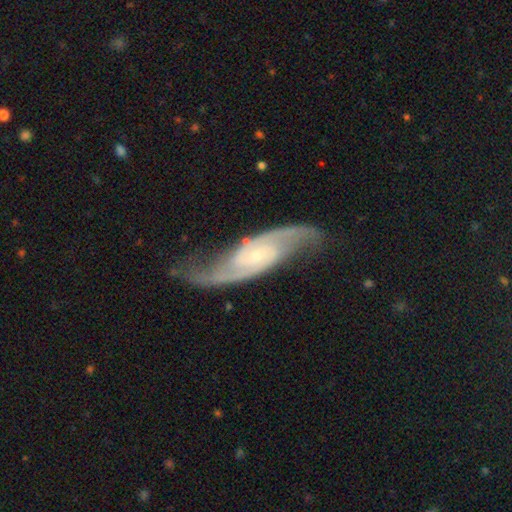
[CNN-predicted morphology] The model was most divided on "bar": no: 46%, weak: 39%, strong: 14%. More confident: spiral arms — yes (98%); edge-on disk — no (93%); spiral arm count — 2 (93%); smooth or featured — featured or disk (91%); merging — none (76%); bulge size — small (70%); spiral winding — medium (52%).